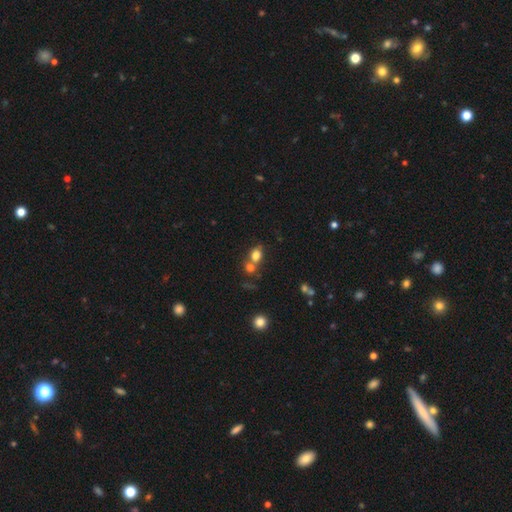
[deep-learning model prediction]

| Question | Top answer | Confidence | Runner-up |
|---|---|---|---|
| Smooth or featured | smooth | 76% | star or artifact (13%) |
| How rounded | round | 53% | in between (46%) |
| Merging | merger | 48% | none (39%) |